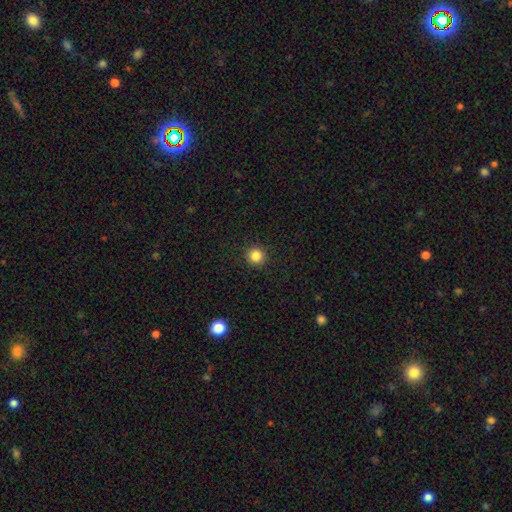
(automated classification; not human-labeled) A smooth galaxy with no disk features (84%) that is round (94%). Merging: none (92%).